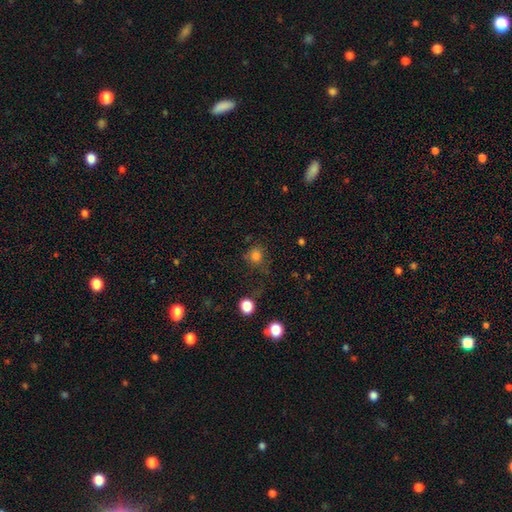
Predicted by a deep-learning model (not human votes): Smooth or featured?
  - smooth: 78% *
  - star or artifact: 15%
  - featured or disk: 6%
How rounded?
  - round: 87% *
  - in between: 12%
  - cigar-shaped: 1%
Merging?
  - none: 67% *
  - minor disturbance: 18%
  - major disturbance: 10%
  - merger: 4%